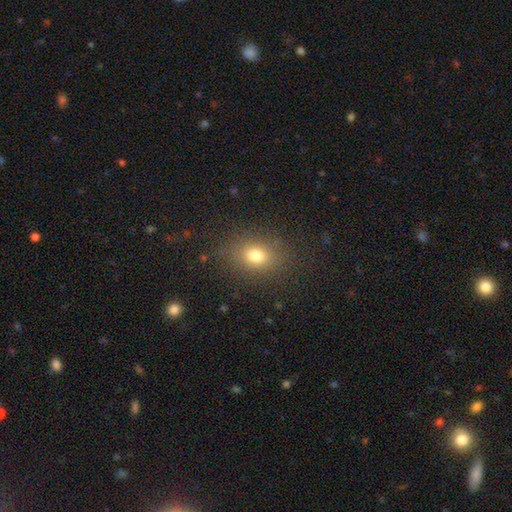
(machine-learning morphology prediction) Smooth or featured? Predicted: smooth (p=0.76). How rounded? Predicted: in between (p=0.57). Merging? Predicted: none (p=0.84).